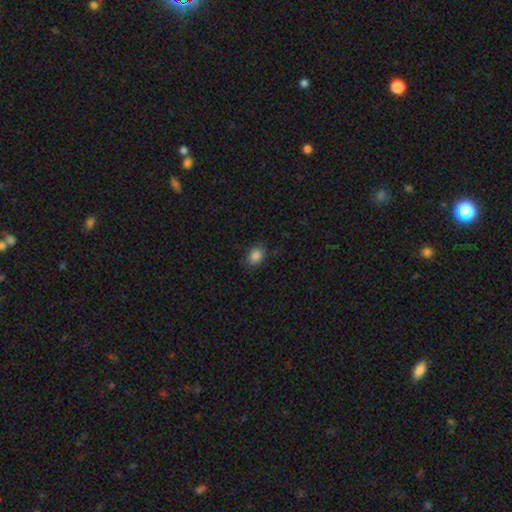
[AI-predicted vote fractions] Q: Smooth or featured?
A: smooth (86%); runner-up: star or artifact (11%)
Q: How rounded?
A: in between (62%); runner-up: round (37%)
Q: Merging?
A: none (81%); runner-up: minor disturbance (14%)